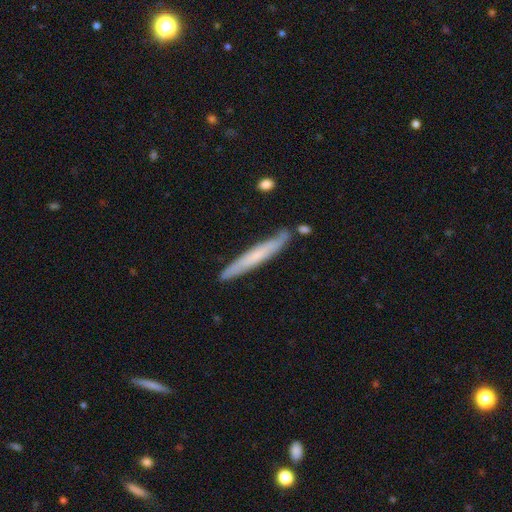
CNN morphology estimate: smooth-or-featured: featured or disk: 47% (tied) | smooth: 47% (tied) | star or artifact: 6%
  merging: none: 78% | minor disturbance: 15% | merger: 5% | major disturbance: 3%